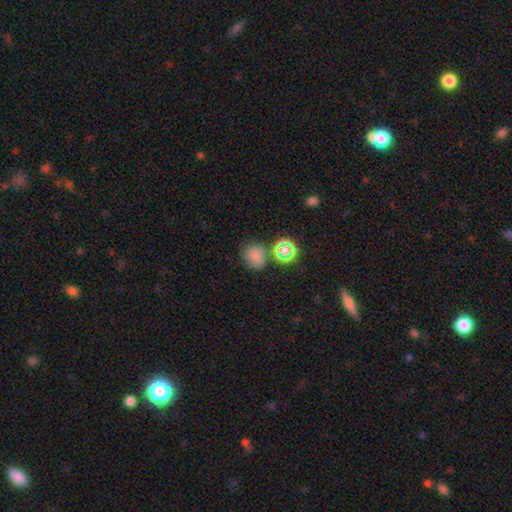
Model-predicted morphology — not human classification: Q: Smooth or featured?
A: smooth (72%); runner-up: star or artifact (20%)
Q: How rounded?
A: round (69%); runner-up: in between (30%)
Q: Merging?
A: none (62%); runner-up: minor disturbance (17%)